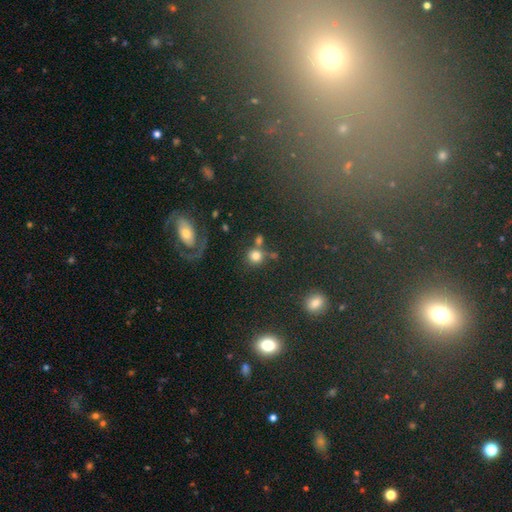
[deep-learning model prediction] This appears to be a smooth galaxy with no disk features (76%) that is round (89%). Merging: none (62%).